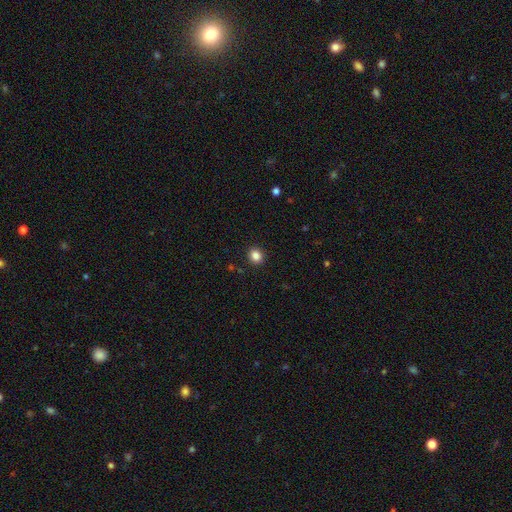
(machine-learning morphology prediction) Smooth or featured? Predicted: smooth (p=0.85). How rounded? Predicted: round (p=0.78). Merging? Predicted: none (p=0.92).